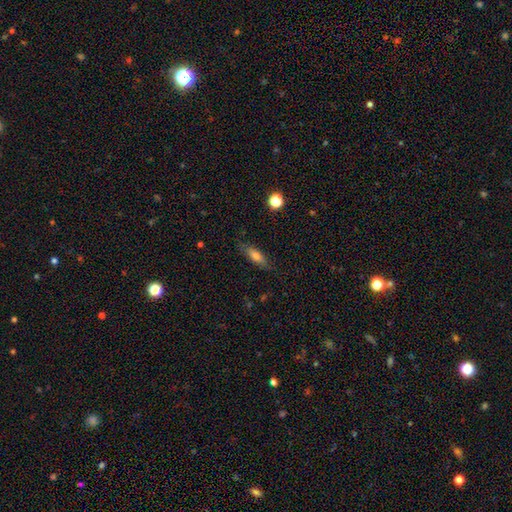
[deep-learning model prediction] Morphology: type=smooth (69%); roundness=cigar-shaped (49%); merging=none (81%).